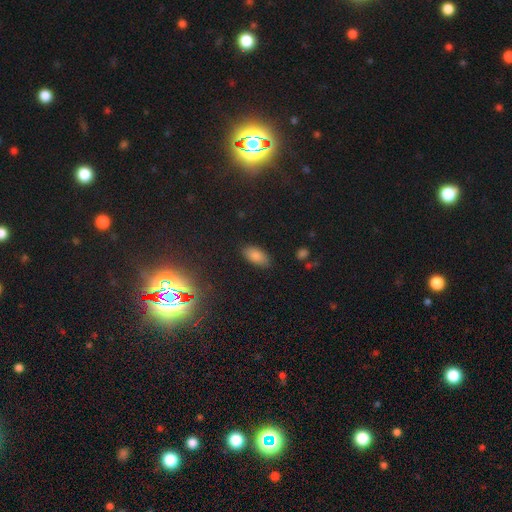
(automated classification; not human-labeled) Smooth or featured: smooth — 81% (star or artifact — 12%)
How rounded: in between — 91% (cigar-shaped — 6%)
Merging: none — 85% (minor disturbance — 11%)